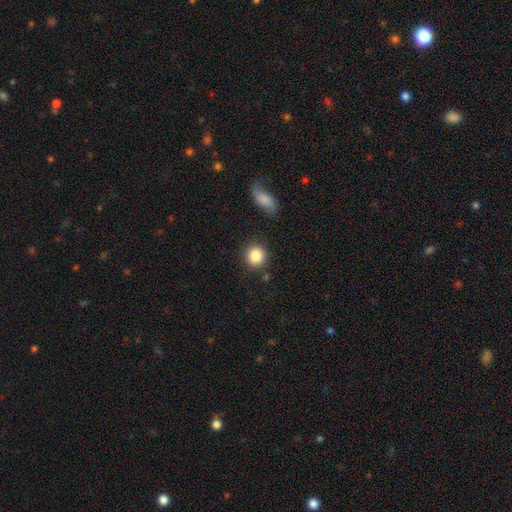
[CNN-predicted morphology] Smooth or featured: smooth — 86% (star or artifact — 9%)
How rounded: round — 89% (in between — 10%)
Merging: none — 84% (minor disturbance — 9%)